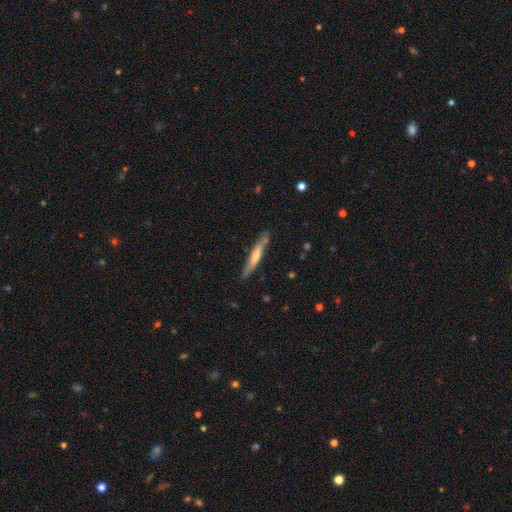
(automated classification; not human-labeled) Overall: featured or disk (48%; smooth 46%). Merging: none (85%).